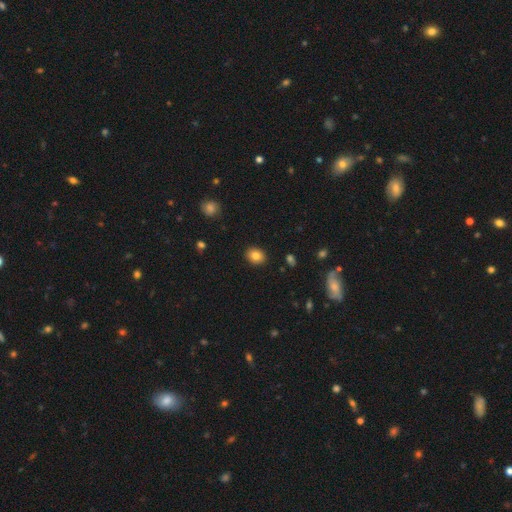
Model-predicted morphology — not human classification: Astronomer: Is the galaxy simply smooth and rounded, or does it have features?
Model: smooth — 83%.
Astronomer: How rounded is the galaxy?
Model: round — 51% (runner-up: in between, 48%).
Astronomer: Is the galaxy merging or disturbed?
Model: none — 90%.